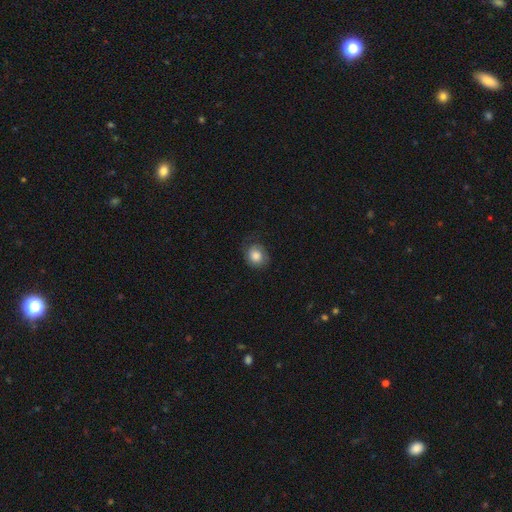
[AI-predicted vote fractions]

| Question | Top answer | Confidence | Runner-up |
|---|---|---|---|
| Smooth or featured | smooth | 74% | featured or disk (18%) |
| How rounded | round | 69% | in between (30%) |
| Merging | none | 66% | minor disturbance (22%) |